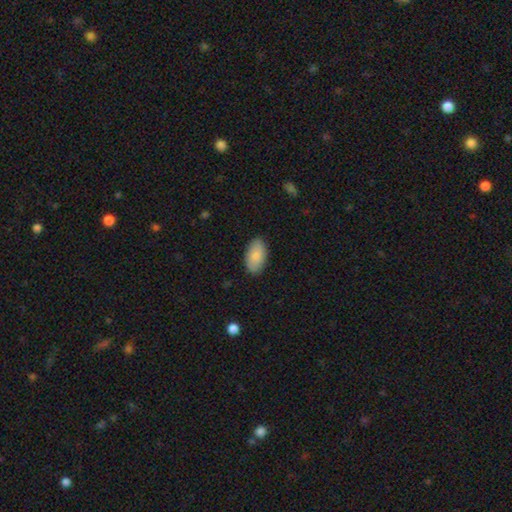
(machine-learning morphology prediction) Overall: smooth (85%). How rounded: in between (95%). Merging: none (87%).